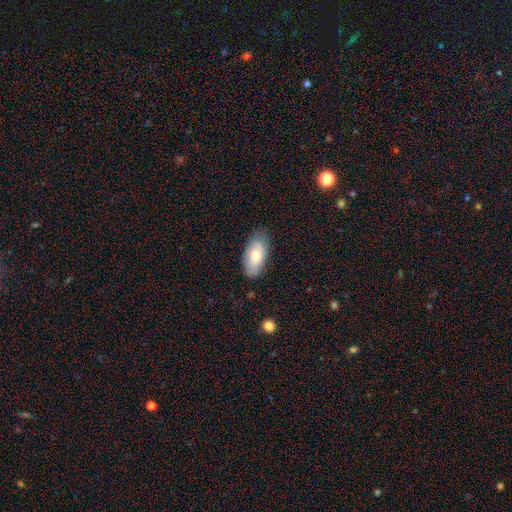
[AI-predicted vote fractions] Overall: smooth (75%). How rounded: in between (93%). Merging: none (76%).